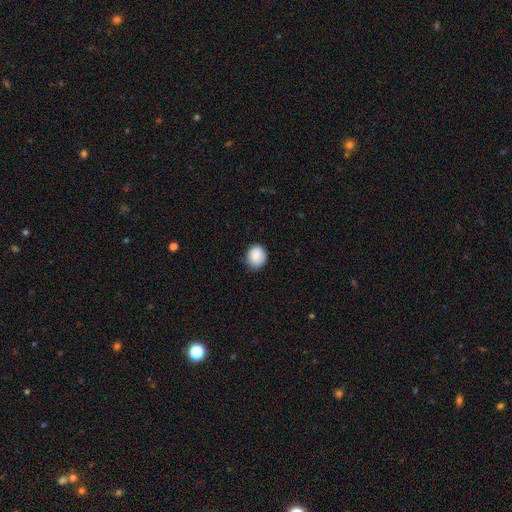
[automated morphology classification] Smooth or featured: smooth — 84% (featured or disk — 8%)
How rounded: round — 73% (in between — 26%)
Merging: none — 82% (minor disturbance — 14%)